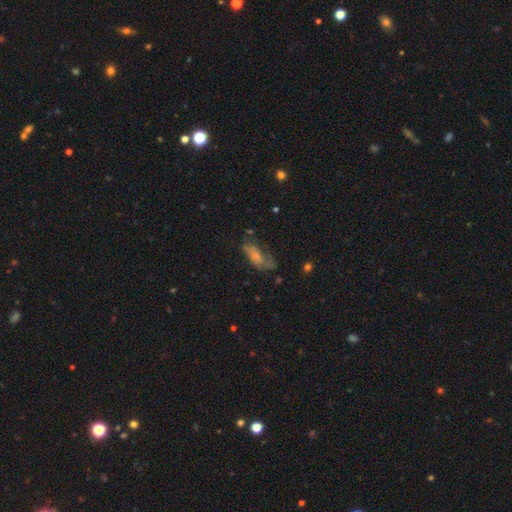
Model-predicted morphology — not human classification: Smooth or featured: smooth — 59% (featured or disk — 30%)
How rounded: in between — 71% (cigar-shaped — 26%)
Merging: none — 44% (minor disturbance — 29%)